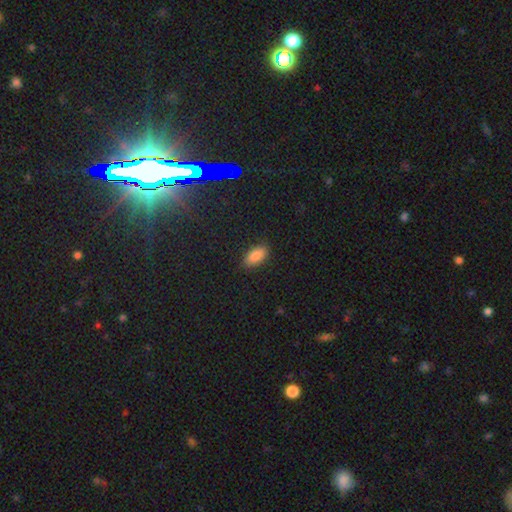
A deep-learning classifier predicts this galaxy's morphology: Smooth or featured? smooth (86%)
How rounded? in between (90%)
Merging? none (86%)